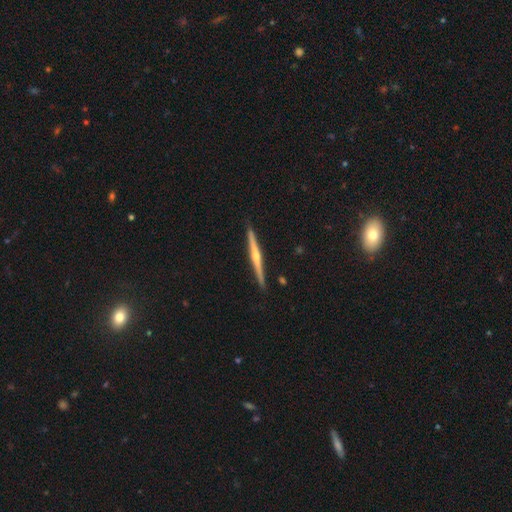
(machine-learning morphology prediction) Overall: featured or disk (82%). Edge-on disk: yes (99%). Edge-on bulge: rounded (86%). Merging: none (92%).